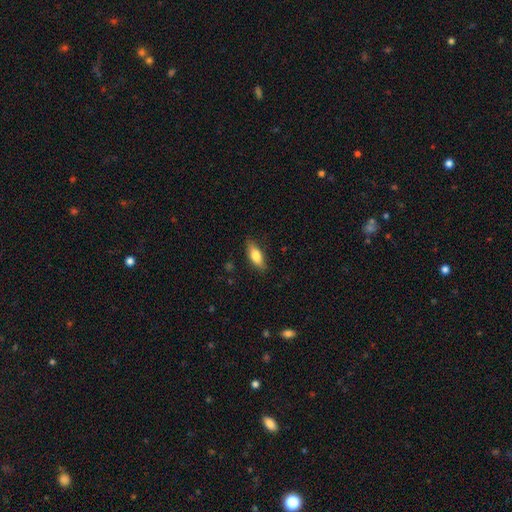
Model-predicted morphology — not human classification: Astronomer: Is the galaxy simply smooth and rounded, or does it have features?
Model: smooth — 77%.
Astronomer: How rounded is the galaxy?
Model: in between — 74%.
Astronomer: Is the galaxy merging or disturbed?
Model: none — 83%.